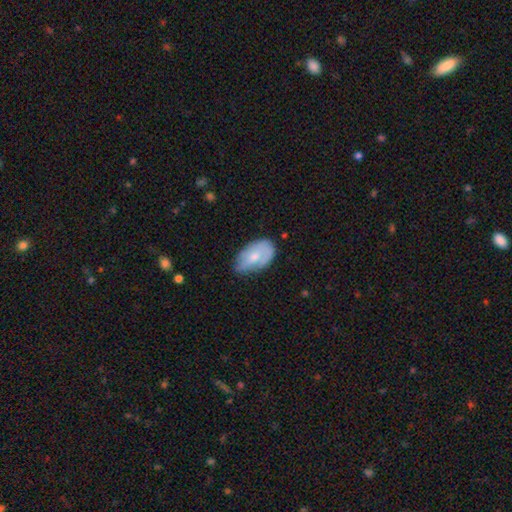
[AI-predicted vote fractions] Q: Smooth or featured?
A: smooth (61%); runner-up: featured or disk (33%)
Q: How rounded?
A: in between (93%); runner-up: round (5%)
Q: Merging?
A: none (55%); runner-up: minor disturbance (34%)